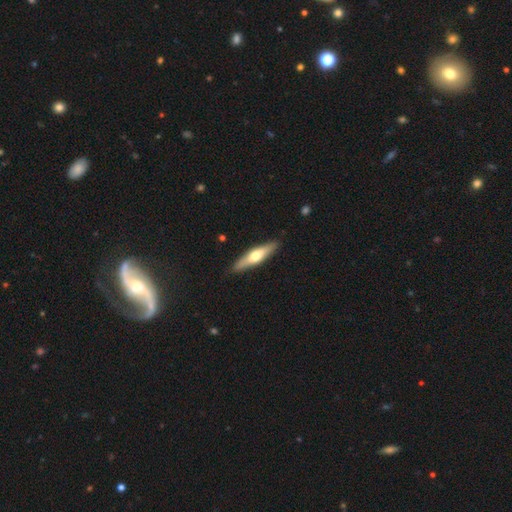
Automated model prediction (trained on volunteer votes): featured or disk 49%, smooth 46%, star or artifact 5%. Down the decision tree: merging — none (88%).